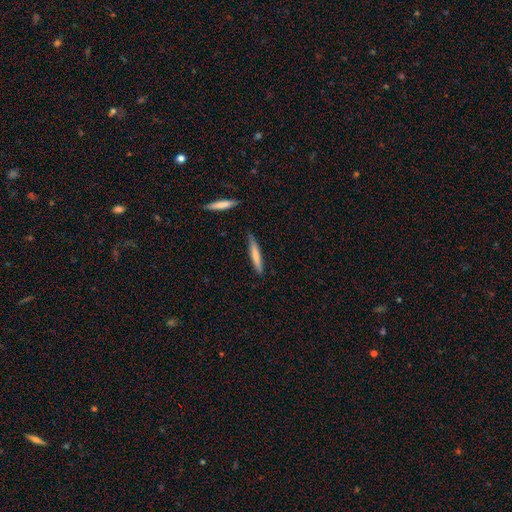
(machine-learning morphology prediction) Smooth or featured? Predicted: smooth (p=0.71). How rounded? Predicted: cigar-shaped (p=0.93). Merging? Predicted: none (p=0.82).